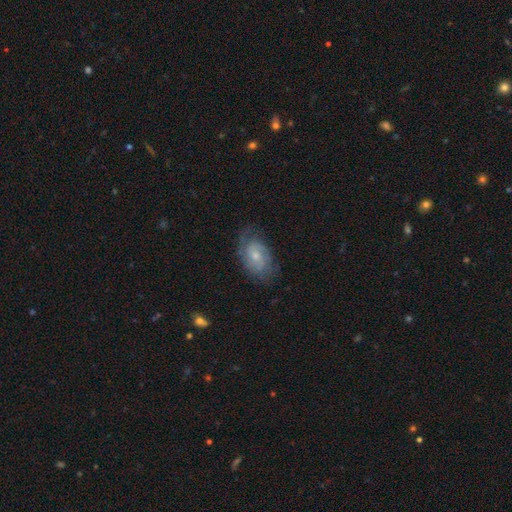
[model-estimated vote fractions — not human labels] smooth-or-featured: featured or disk: 62% | smooth: 31% | star or artifact: 7%
  disk-edge-on: no: 96% | yes: 4%
    bar: no: 68% | weak: 29% | strong: 3%
    has-spiral-arms: yes: 85% | no: 15%
      spiral-winding: tight: 48% | medium: 38% | loose: 14%
      spiral-arm-count: 2: 47% | can't tell: 34% | 3: 8% | 1: 5% | 4: 3% | more than 4: 3%
    bulge-size: small: 51% | moderate: 41% | none: 4% | large: 3% | dominant: 1%
  merging: none: 67% | minor disturbance: 23% | major disturbance: 10% | merger: 1%